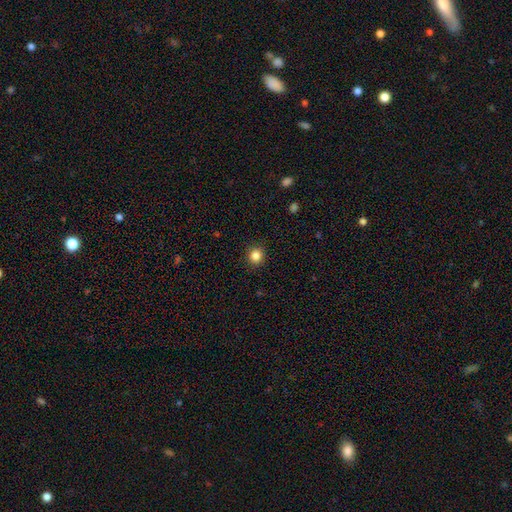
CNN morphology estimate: Smooth or featured: smooth — 85% (star or artifact — 11%)
How rounded: round — 90% (in between — 9%)
Merging: none — 91% (minor disturbance — 6%)